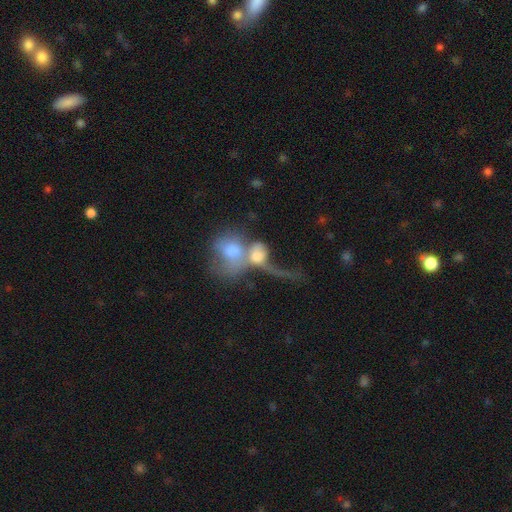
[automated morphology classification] The model was most divided on "smooth or featured": smooth: 48%, featured or disk: 41%, star or artifact: 11%. More confident: merging — merger (71%).